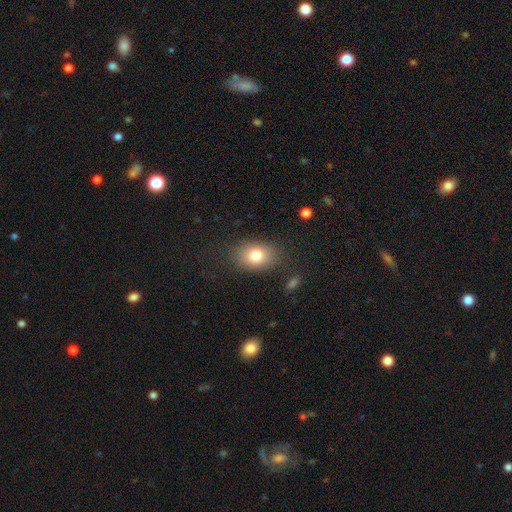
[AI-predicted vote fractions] This is likely a smooth galaxy (79%). How rounded: likely in between (74%). Merging: clearly none (81%).